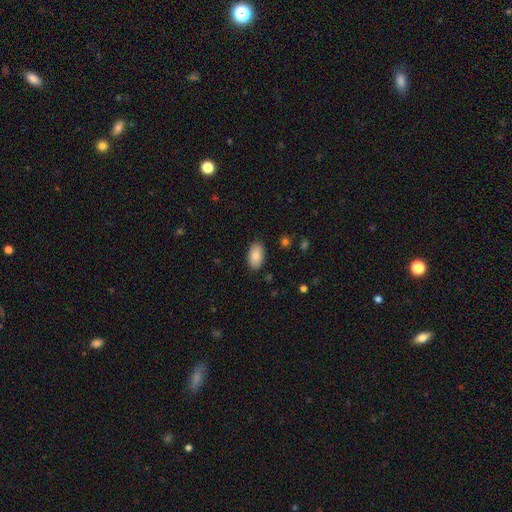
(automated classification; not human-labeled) Smooth or featured?
  - smooth: 85% *
  - featured or disk: 9%
  - star or artifact: 7%
How rounded?
  - in between: 94% *
  - round: 4%
  - cigar-shaped: 1%
Merging?
  - none: 88% *
  - minor disturbance: 9%
  - major disturbance: 2%
  - merger: 1%